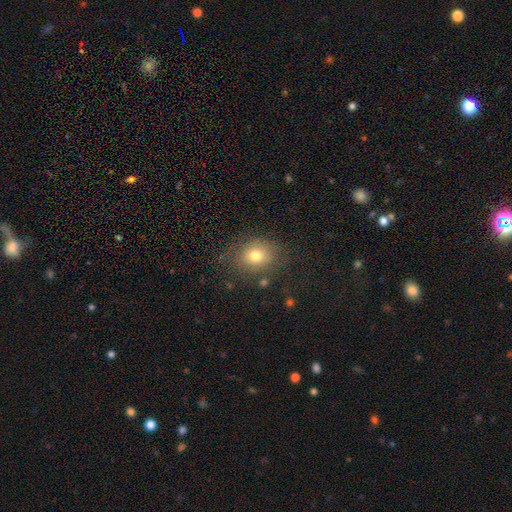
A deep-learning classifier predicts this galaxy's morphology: Smooth or featured? smooth (76%)
How rounded? round (52%)
Merging? none (76%)